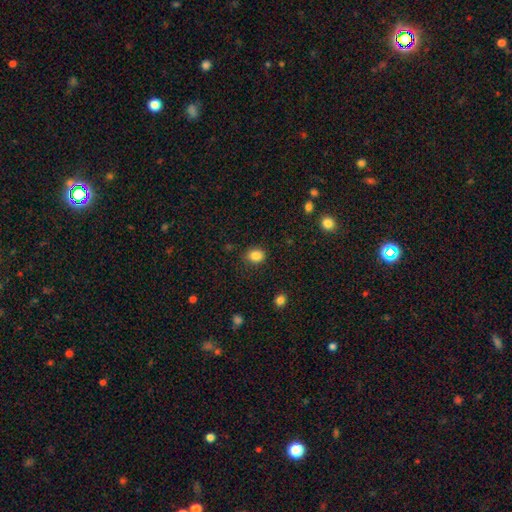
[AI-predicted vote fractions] smooth_or_featured: smooth (p=0.86) [alt: star or artifact p=0.10]
how_rounded: round (p=0.53) [alt: in between p=0.47]
merging: none (p=0.85) [alt: minor disturbance p=0.10]